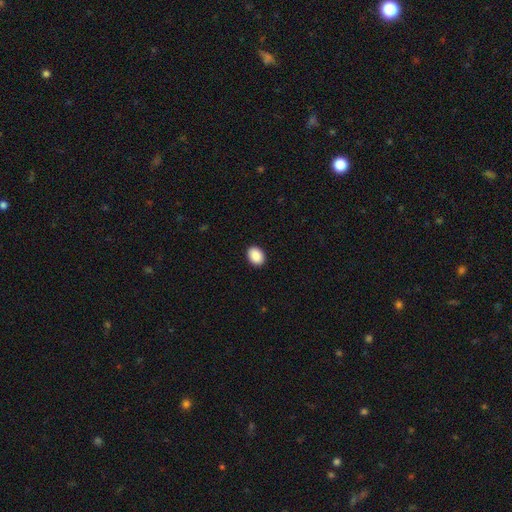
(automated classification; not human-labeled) A smooth galaxy with no disk features (90%) that is in between round and cigar-shaped (70%).

Vote fractions:
- Smooth or featured? smooth: 90% / star or artifact: 7% / featured or disk: 2%
- How rounded? in between: 70% / round: 29% / cigar-shaped: 1%
- Merging? none: 91% / minor disturbance: 6% / major disturbance: 2% / merger: 1%